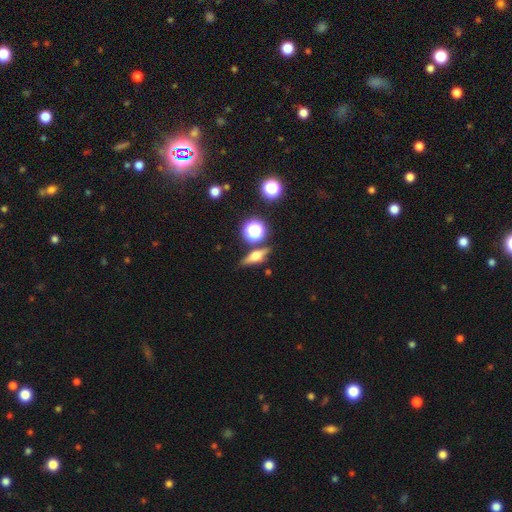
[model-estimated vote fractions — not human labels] Q: Smooth or featured?
A: featured or disk (50%); runner-up: smooth (36%)
Q: Merging?
A: none (78%); runner-up: minor disturbance (12%)